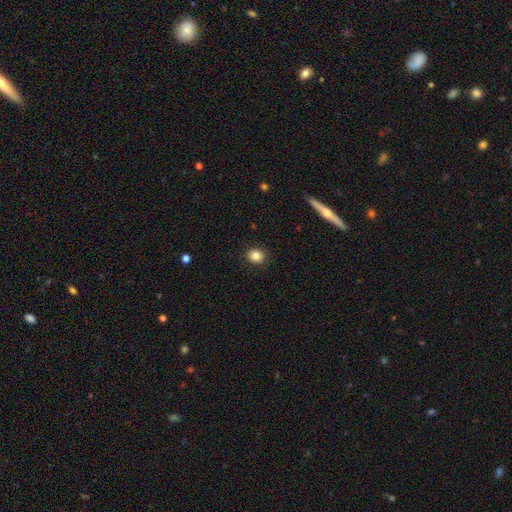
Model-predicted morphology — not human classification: Smooth or featured: smooth — 84% (star or artifact — 10%)
How rounded: round — 73% (in between — 26%)
Merging: none — 89% (minor disturbance — 8%)